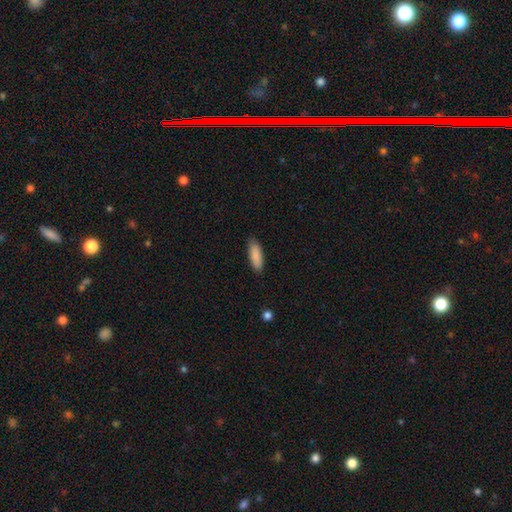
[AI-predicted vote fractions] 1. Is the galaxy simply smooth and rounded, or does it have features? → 89% smooth, 6% star or artifact, 5% featured or disk.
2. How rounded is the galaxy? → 60% in between, 39% cigar-shaped, 2% round.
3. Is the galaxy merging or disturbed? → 86% none, 11% minor disturbance, 2% major disturbance, 1% merger.